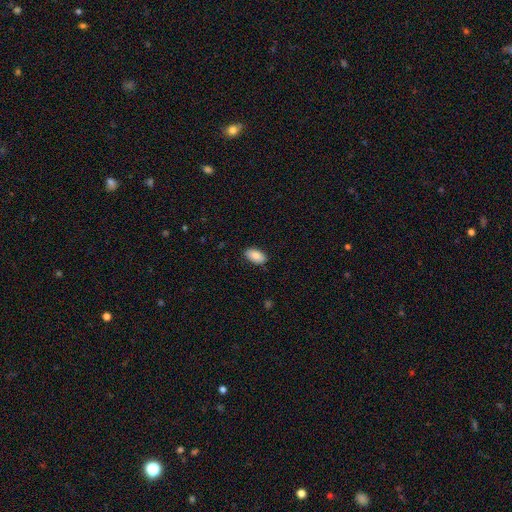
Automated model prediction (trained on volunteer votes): Overall: smooth (88%). How rounded: in between (94%). Merging: none (87%).